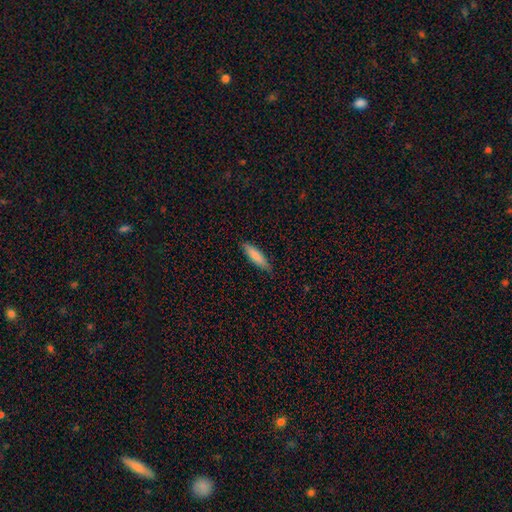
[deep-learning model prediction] Q: Smooth or featured?
A: smooth (83%); runner-up: featured or disk (11%)
Q: How rounded?
A: cigar-shaped (69%); runner-up: in between (30%)
Q: Merging?
A: none (84%); runner-up: minor disturbance (12%)